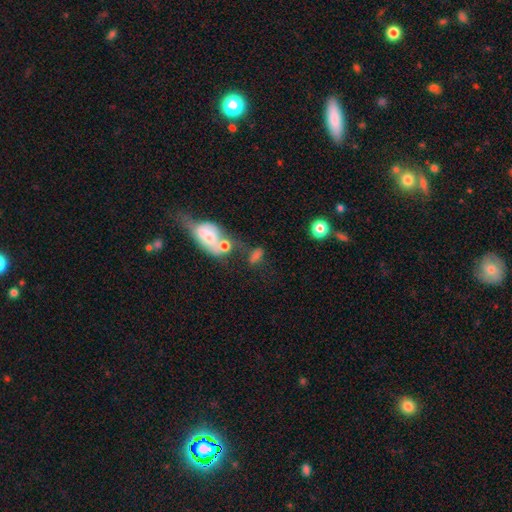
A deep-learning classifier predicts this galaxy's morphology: This is likely a smooth galaxy (62%). How rounded: likely in between (73%). Merging: marginally merger (39%).